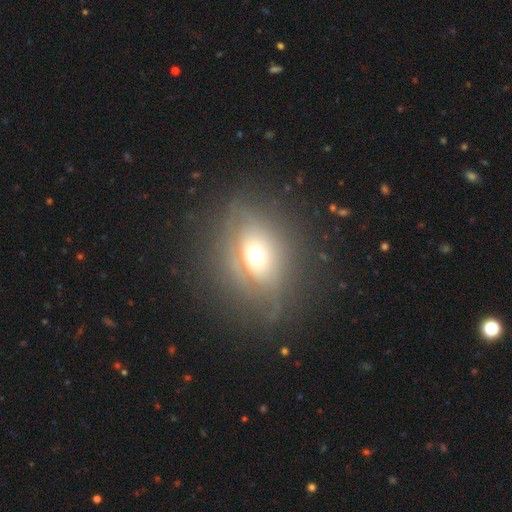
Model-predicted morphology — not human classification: A featured or disk galaxy (46%).

Vote fractions:
- Smooth or featured? featured or disk: 46% / smooth: 41% / star or artifact: 13%
- Merging? none: 60% / minor disturbance: 21% / major disturbance: 17% / merger: 2%